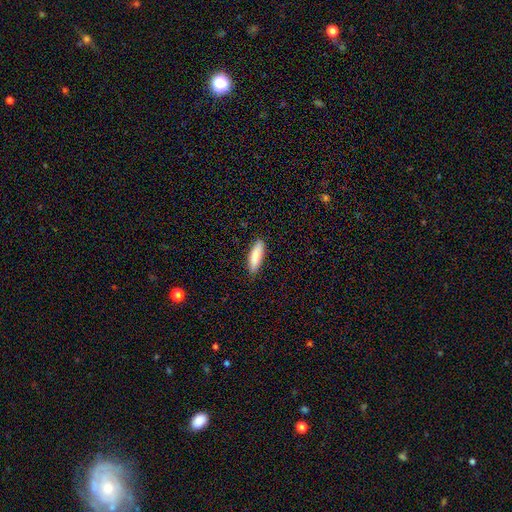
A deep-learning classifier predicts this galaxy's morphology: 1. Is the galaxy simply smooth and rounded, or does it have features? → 84% smooth, 11% featured or disk, 6% star or artifact.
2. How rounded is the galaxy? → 57% cigar-shaped, 41% in between, 2% round.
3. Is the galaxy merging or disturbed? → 88% none, 9% minor disturbance, 2% major disturbance, 1% merger.